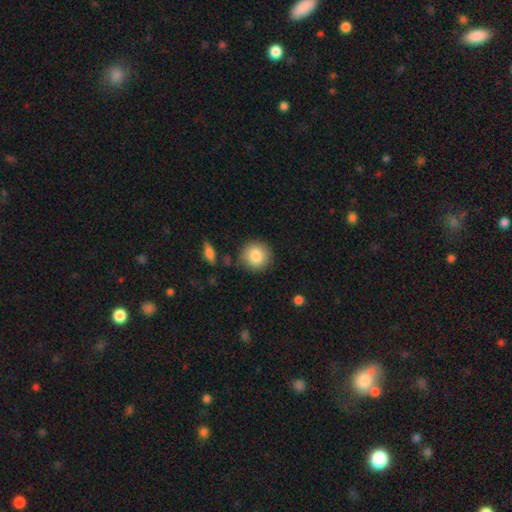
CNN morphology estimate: Smooth or featured? Predicted: smooth (p=0.84). How rounded? Predicted: round (p=0.93). Merging? Predicted: none (p=0.85).